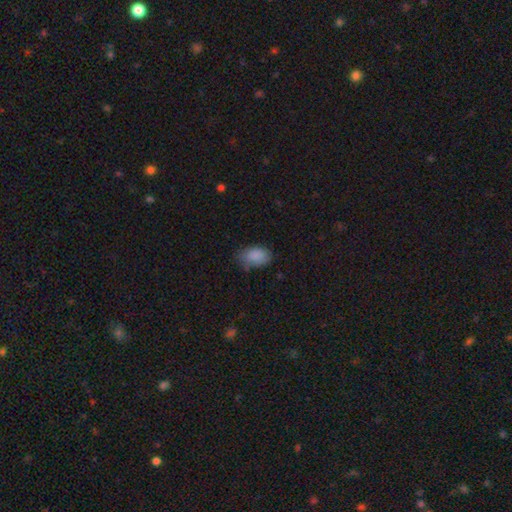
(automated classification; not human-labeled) Smooth or featured? Predicted: smooth (p=0.87). How rounded? Predicted: in between (p=0.89). Merging? Predicted: none (p=0.67).